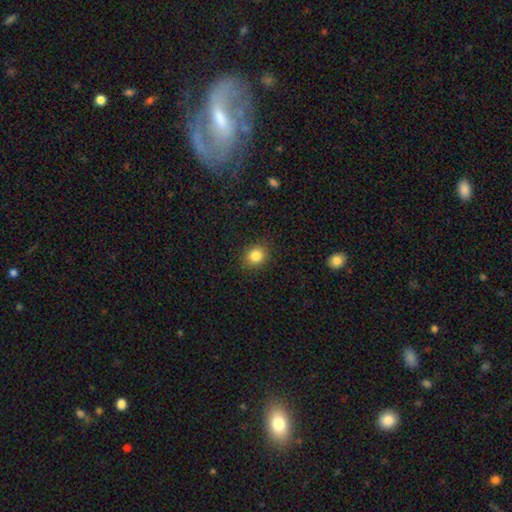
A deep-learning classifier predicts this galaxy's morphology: This appears to be a smooth galaxy with no disk features (84%) that is round (77%). Merging: none (89%).